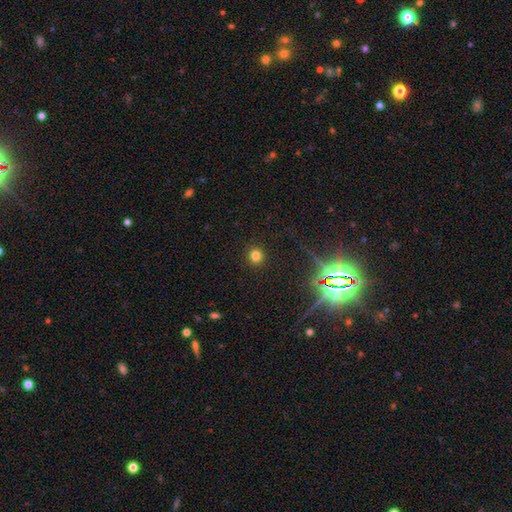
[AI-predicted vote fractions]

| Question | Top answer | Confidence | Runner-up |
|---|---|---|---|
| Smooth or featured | smooth | 77% | star or artifact (17%) |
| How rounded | round | 91% | in between (8%) |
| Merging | none | 92% | minor disturbance (5%) |